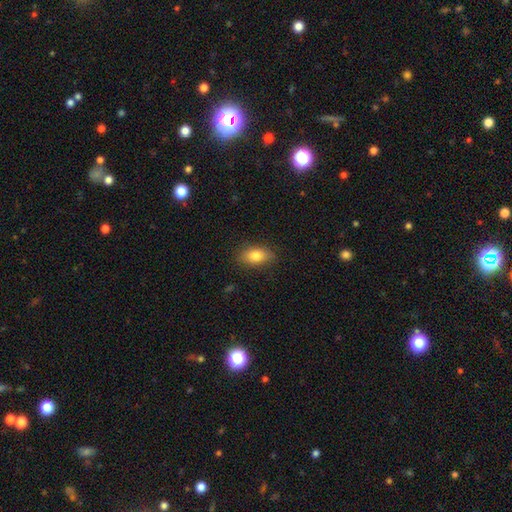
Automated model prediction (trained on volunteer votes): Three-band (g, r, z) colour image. It shows a smooth galaxy with no disk features (81%) that is in between round and cigar-shaped (86%). Merging: none (82%).